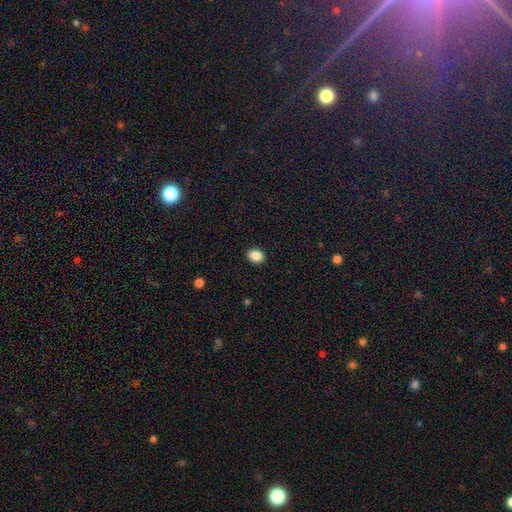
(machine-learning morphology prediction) Smooth or featured: smooth — 87% (star or artifact — 9%)
How rounded: in between — 54% (round — 45%)
Merging: none — 91% (minor disturbance — 6%)